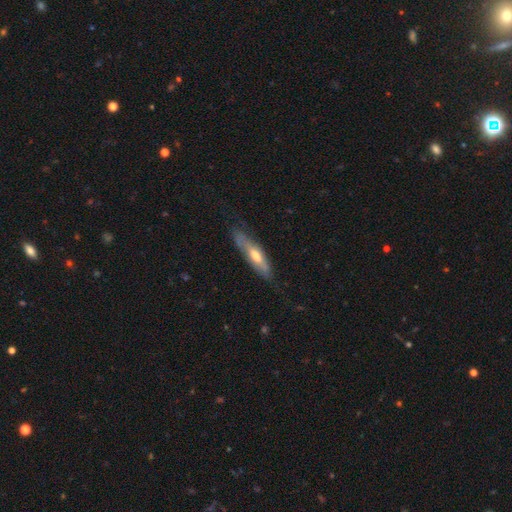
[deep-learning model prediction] The model was most divided on "smooth or featured": smooth: 51%, featured or disk: 44%, star or artifact: 5%. More confident: how rounded — cigar-shaped (67%); merging — none (66%).